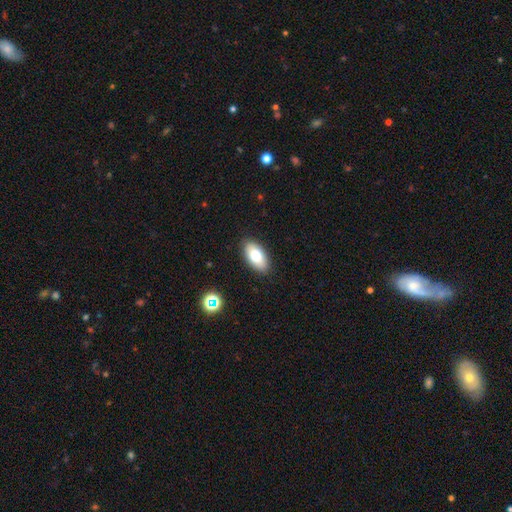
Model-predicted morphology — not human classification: smooth 76%, featured or disk 16%, star or artifact 8%. Down the decision tree: how rounded — in between (93%); merging — none (89%).